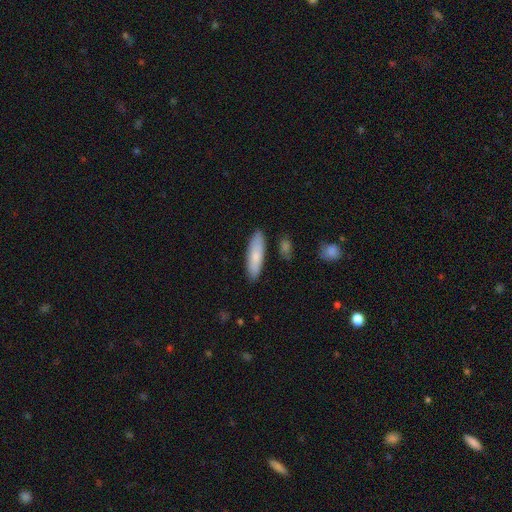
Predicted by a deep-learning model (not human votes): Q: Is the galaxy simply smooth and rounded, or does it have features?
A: smooth — 78%.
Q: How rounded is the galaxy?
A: cigar-shaped — 60%.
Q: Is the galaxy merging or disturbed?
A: none — 86%.